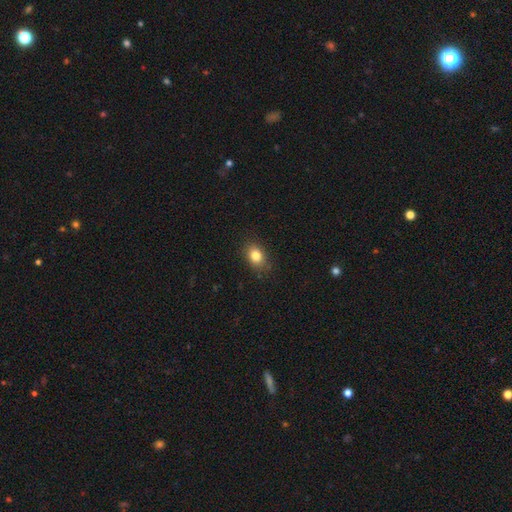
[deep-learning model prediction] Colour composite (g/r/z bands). It shows a smooth galaxy with no disk features (83%) that is in between round and cigar-shaped (71%). Merging: none (83%).